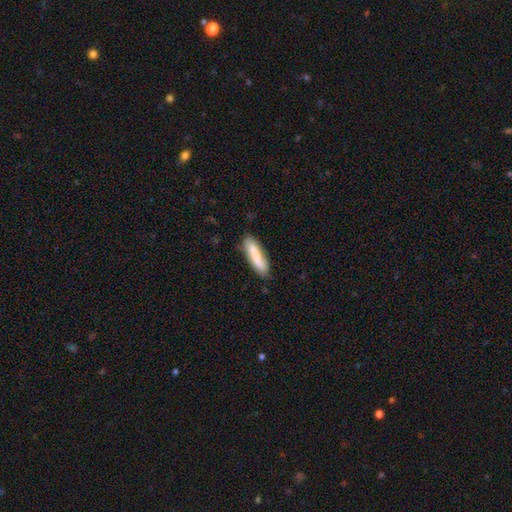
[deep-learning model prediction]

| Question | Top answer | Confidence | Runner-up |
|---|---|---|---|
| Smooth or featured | smooth | 81% | featured or disk (13%) |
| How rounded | cigar-shaped | 72% | in between (26%) |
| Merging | none | 78% | minor disturbance (17%) |